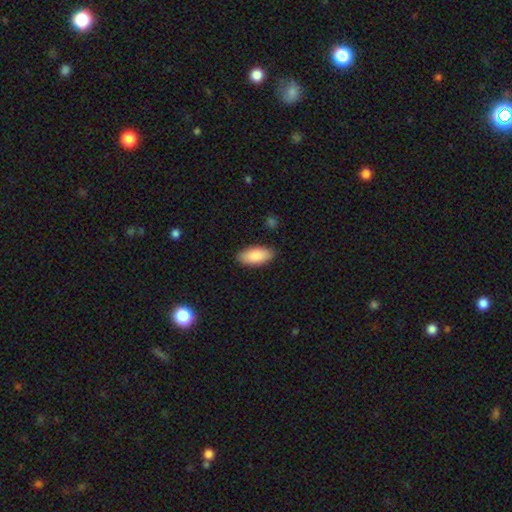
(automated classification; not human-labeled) smooth 88%, featured or disk 6%, star or artifact 6%. Down the decision tree: how rounded — in between (90%); merging — none (87%).